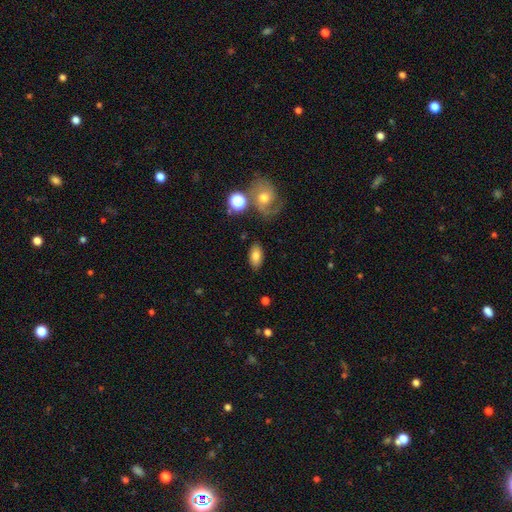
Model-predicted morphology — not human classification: A smooth galaxy with no disk features (74%) that is in between round and cigar-shaped (91%). Merging: none (83%).